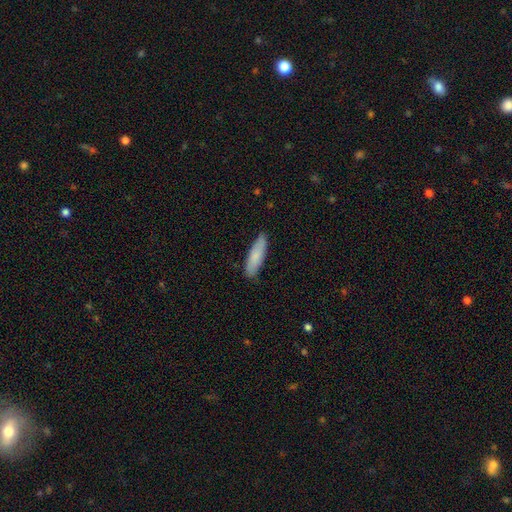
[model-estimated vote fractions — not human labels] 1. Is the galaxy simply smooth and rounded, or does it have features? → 81% smooth, 14% featured or disk, 5% star or artifact.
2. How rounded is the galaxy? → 64% cigar-shaped, 35% in between, 1% round.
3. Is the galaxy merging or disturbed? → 86% none, 11% minor disturbance, 2% major disturbance, 1% merger.